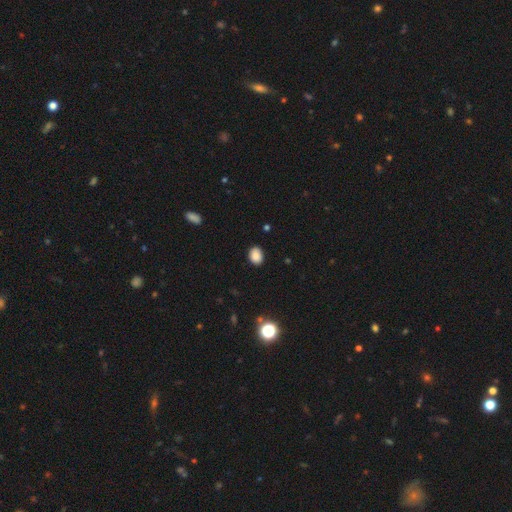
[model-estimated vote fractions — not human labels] A smooth galaxy with no disk features (86%) that is in between round and cigar-shaped (64%).

Vote fractions:
- Smooth or featured? smooth: 86% / star or artifact: 10% / featured or disk: 4%
- How rounded? in between: 64% / round: 35% / cigar-shaped: 1%
- Merging? none: 87% / minor disturbance: 10% / major disturbance: 2% / merger: 1%